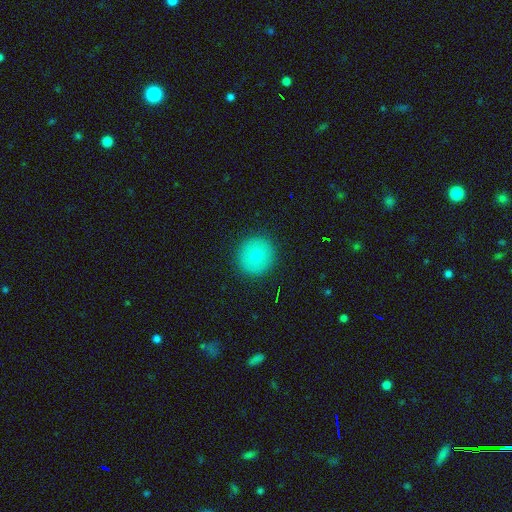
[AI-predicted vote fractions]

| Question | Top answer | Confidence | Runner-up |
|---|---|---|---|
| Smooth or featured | smooth | 69% | featured or disk (20%) |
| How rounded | round | 94% | in between (5%) |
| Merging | none | 92% | minor disturbance (5%) |